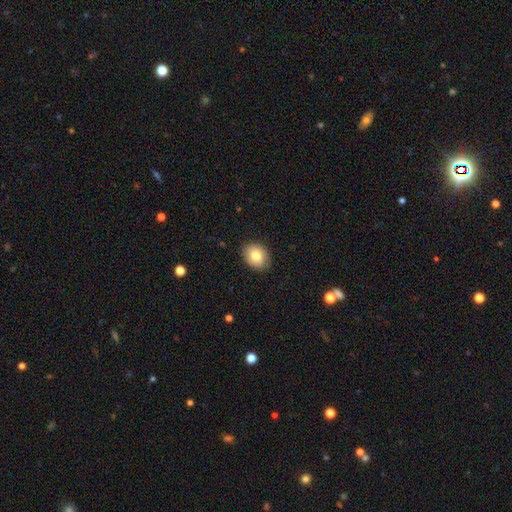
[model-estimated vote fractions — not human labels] The model was most divided on "how rounded": in between: 55%, round: 44%, cigar-shaped: 1%. More confident: merging — none (86%); smooth or featured — smooth (78%).